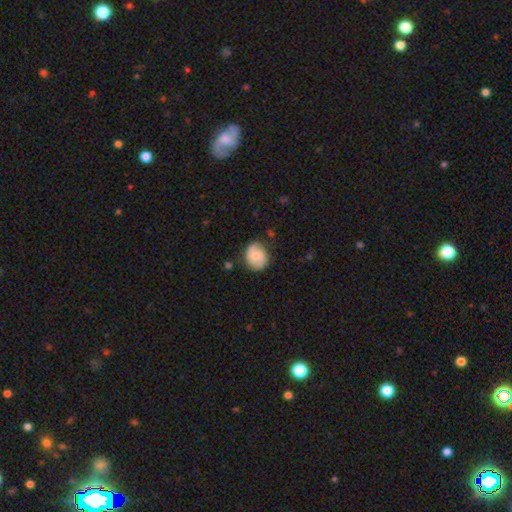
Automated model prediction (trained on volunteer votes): smooth_or_featured: featured or disk (p=0.47) [alt: smooth p=0.46]
merging: none (p=0.72) [alt: minor disturbance p=0.21]